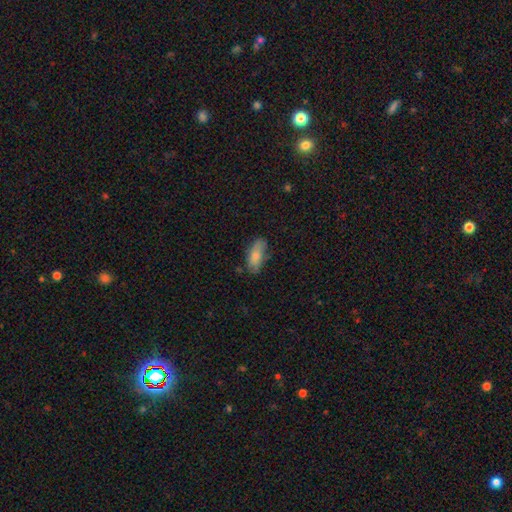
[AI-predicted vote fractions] This is likely a smooth galaxy (78%). How rounded: clearly in between (83%). Merging: likely none (71%).